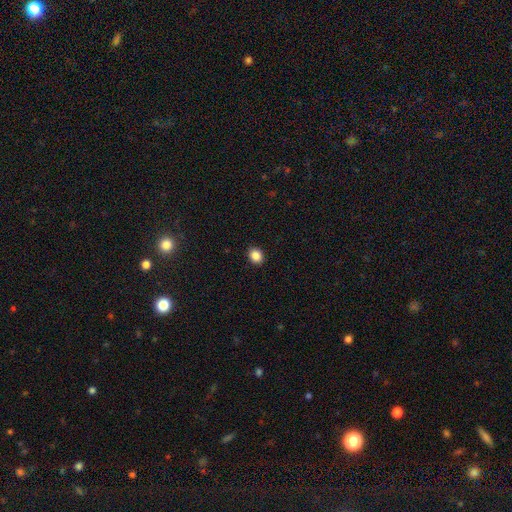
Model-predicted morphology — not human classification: smooth-or-featured: smooth: 87% | star or artifact: 9% | featured or disk: 3%
  how-rounded: round: 63% | in between: 36% | cigar-shaped: 1%
  merging: none: 91% | minor disturbance: 6% | major disturbance: 2% | merger: 1%